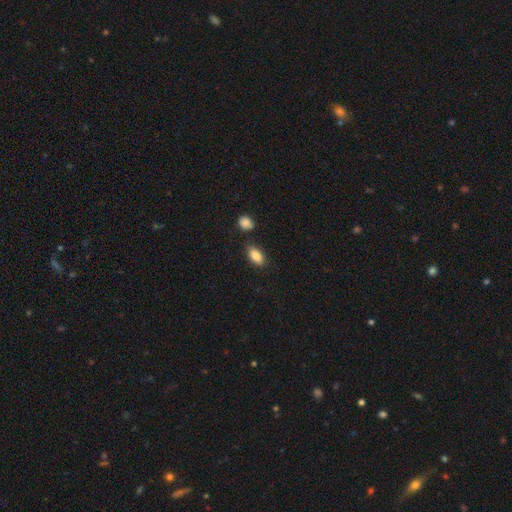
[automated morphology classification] A smooth galaxy with no disk features (86%) that is in between round and cigar-shaped (90%). Merging: none (80%).